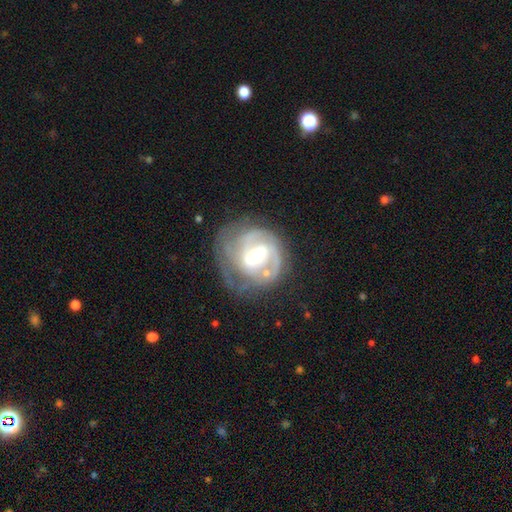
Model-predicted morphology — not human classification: Smooth or featured? Predicted: featured or disk (p=0.83). Edge-on disk? Predicted: no (p=0.98). Bar? Predicted: weak (p=0.50). Spiral arms? Predicted: yes (p=0.91). Spiral winding? Predicted: tight (p=0.55). Spiral arm count? Predicted: 2 (p=0.42). Bulge size? Predicted: moderate (p=0.65). Merging? Predicted: none (p=0.57).